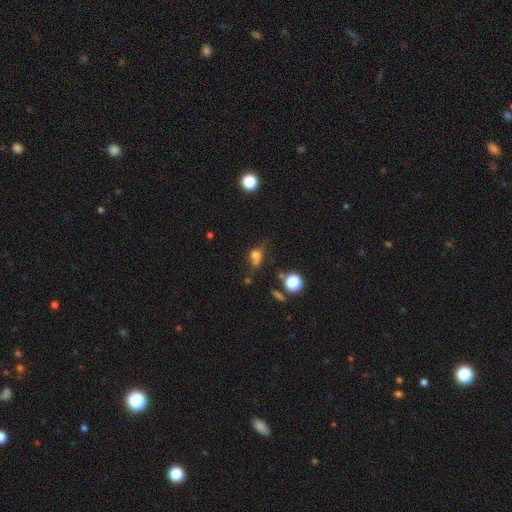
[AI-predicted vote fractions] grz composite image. It shows a smooth galaxy with no disk features (64%) that is round (49%). Merging: none (35%).